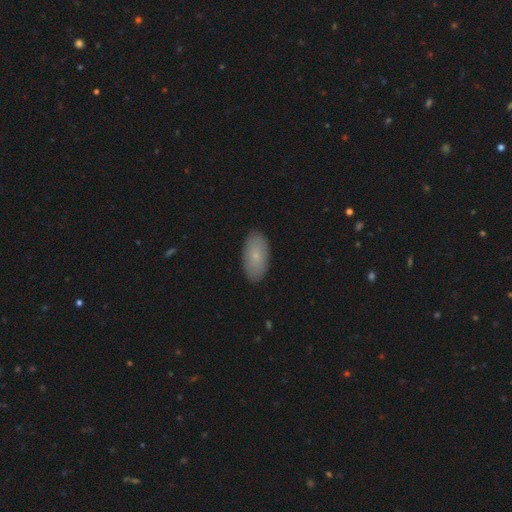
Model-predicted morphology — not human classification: Overall: smooth (77%). How rounded: in between (94%). Merging: none (88%).